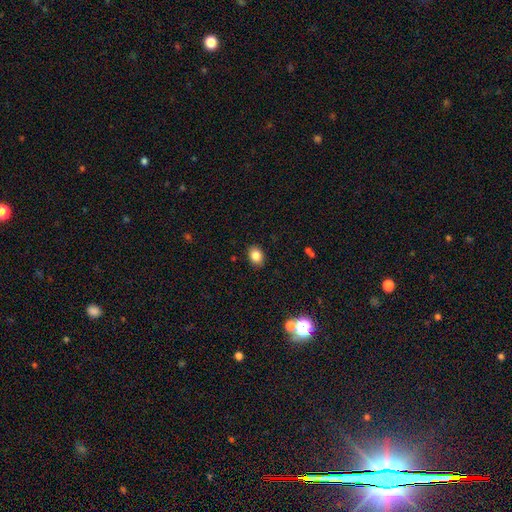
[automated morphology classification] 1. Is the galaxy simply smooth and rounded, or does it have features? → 84% smooth, 10% star or artifact, 6% featured or disk.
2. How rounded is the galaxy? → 62% in between, 37% round, 1% cigar-shaped.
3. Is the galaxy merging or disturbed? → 89% none, 8% minor disturbance, 2% major disturbance, 1% merger.